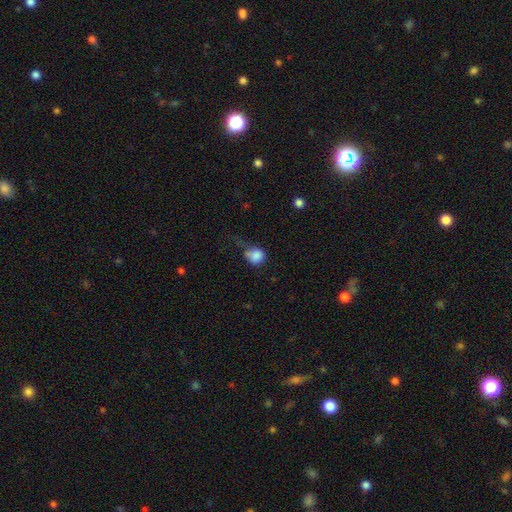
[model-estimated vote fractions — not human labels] Smooth or featured?
  - smooth: 84% *
  - star or artifact: 9%
  - featured or disk: 7%
How rounded?
  - round: 80% *
  - in between: 18%
  - cigar-shaped: 1%
Merging?
  - none: 36% *
  - minor disturbance: 33%
  - major disturbance: 24%
  - merger: 7%